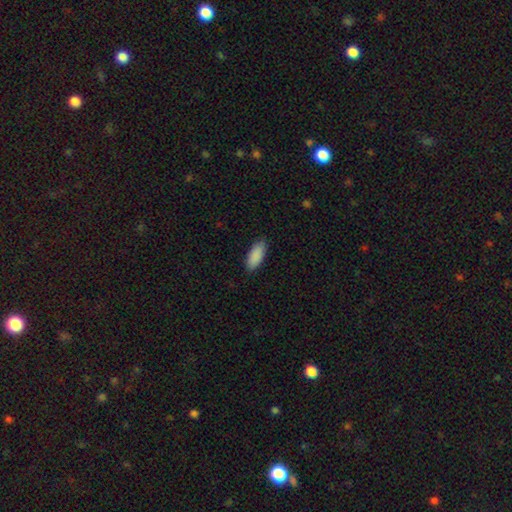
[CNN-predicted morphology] Q: Smooth or featured?
A: smooth (90%); runner-up: star or artifact (6%)
Q: How rounded?
A: in between (83%); runner-up: cigar-shaped (16%)
Q: Merging?
A: none (85%); runner-up: minor disturbance (12%)